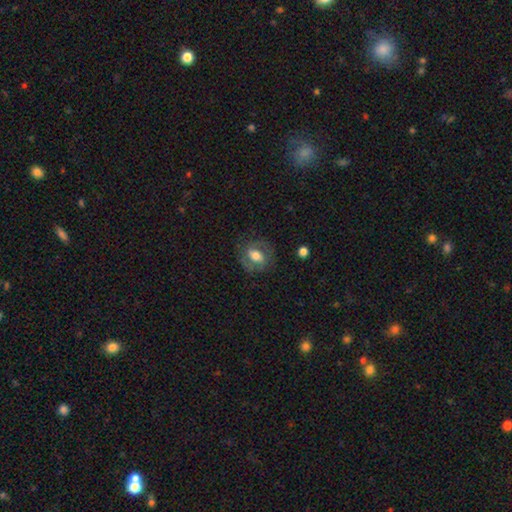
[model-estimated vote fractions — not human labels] The model was most divided on "smooth or featured": featured or disk: 52%, smooth: 40%, star or artifact: 7%. More confident: edge-on disk — no (95%); merging — none (72%).